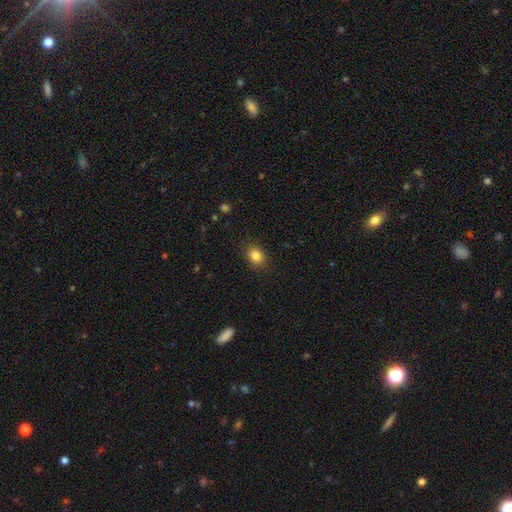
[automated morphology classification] Smooth or featured: smooth — 85% (star or artifact — 10%)
How rounded: in between — 52% (round — 47%)
Merging: none — 86% (minor disturbance — 10%)